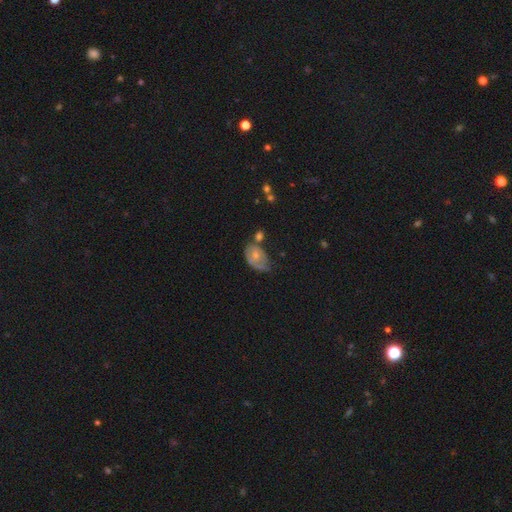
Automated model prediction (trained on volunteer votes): A smooth galaxy with no disk features (52%) that is in between round and cigar-shaped (83%). Merging: minor disturbance (36%).